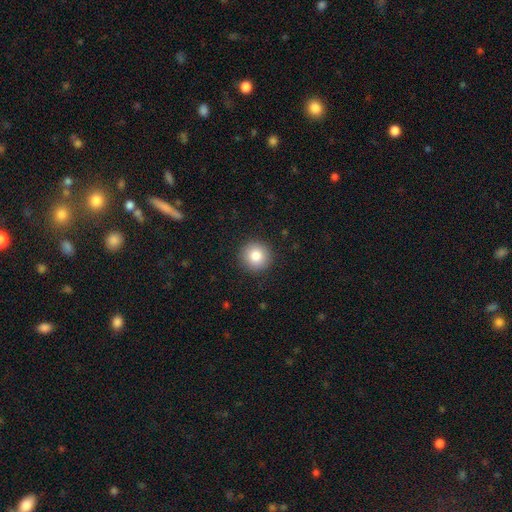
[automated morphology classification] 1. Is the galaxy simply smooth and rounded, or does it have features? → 84% smooth, 9% star or artifact, 7% featured or disk.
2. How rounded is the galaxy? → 95% round, 4% in between, 1% cigar-shaped.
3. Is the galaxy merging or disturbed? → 92% none, 5% minor disturbance, 2% major disturbance, 1% merger.